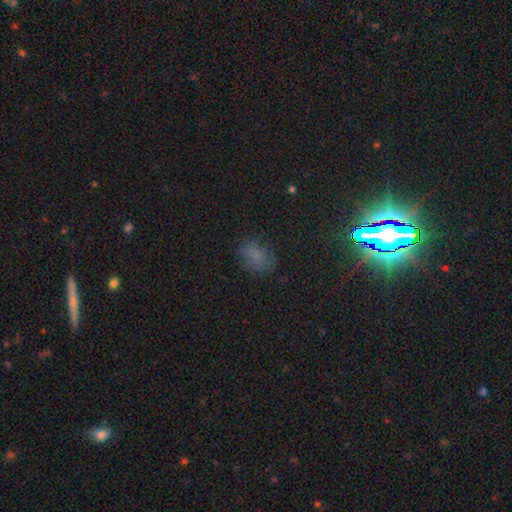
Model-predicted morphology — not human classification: Smooth or featured: smooth — 63% (star or artifact — 27%)
How rounded: in between — 80% (round — 18%)
Merging: none — 69% (minor disturbance — 21%)